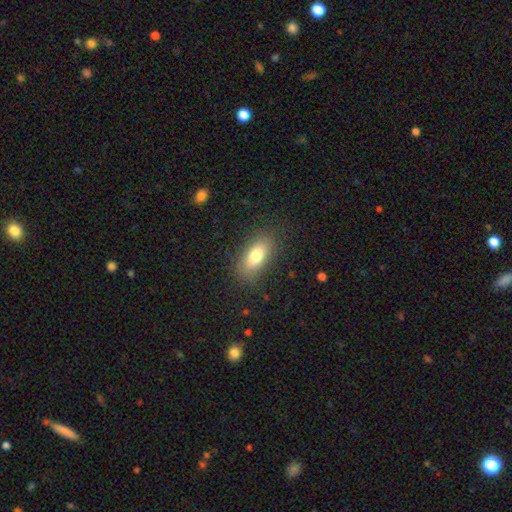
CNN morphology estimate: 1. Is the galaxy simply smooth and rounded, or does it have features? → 77% smooth, 14% featured or disk, 8% star or artifact.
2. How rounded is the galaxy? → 84% in between, 12% cigar-shaped, 5% round.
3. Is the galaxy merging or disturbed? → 84% none, 11% minor disturbance, 4% major disturbance, 1% merger.